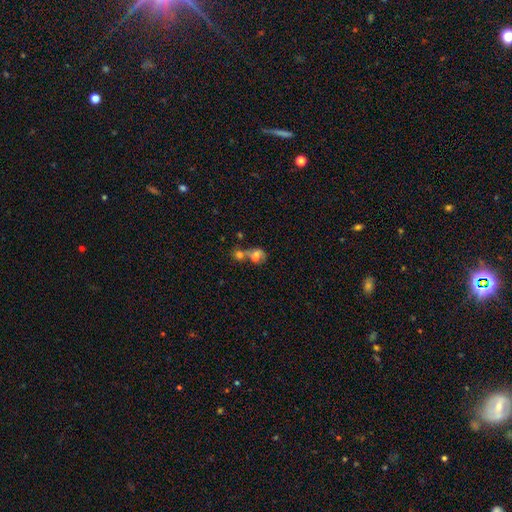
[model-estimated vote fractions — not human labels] This appears to be a smooth galaxy with no disk features (58%) that is in between round and cigar-shaped (56%). Merging: merger (59%).